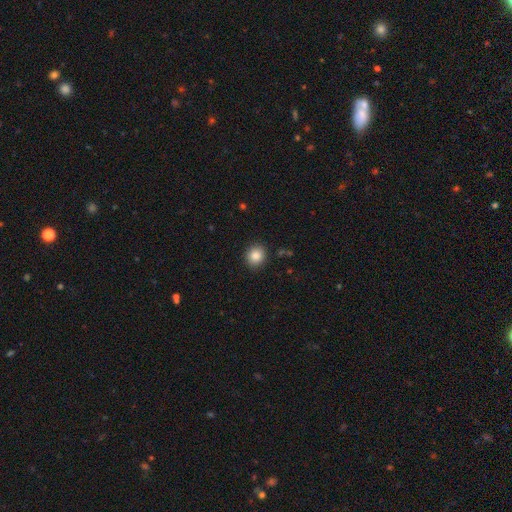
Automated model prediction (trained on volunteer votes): Smooth or featured? smooth (86%)
How rounded? round (76%)
Merging? none (89%)